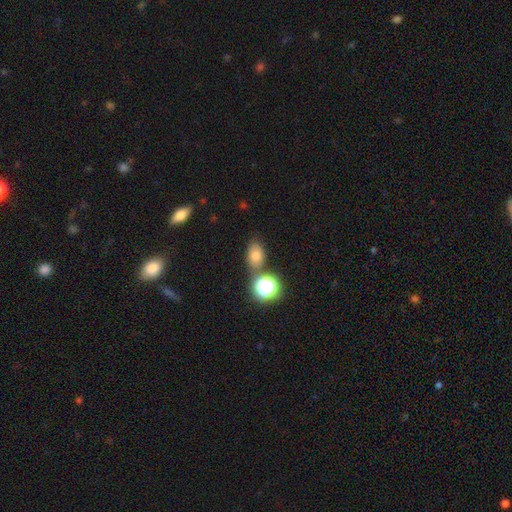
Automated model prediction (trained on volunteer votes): The model was most divided on "how rounded": in between: 74%, round: 25%, cigar-shaped: 2%. More confident: smooth or featured — smooth (71%); merging — none (70%).